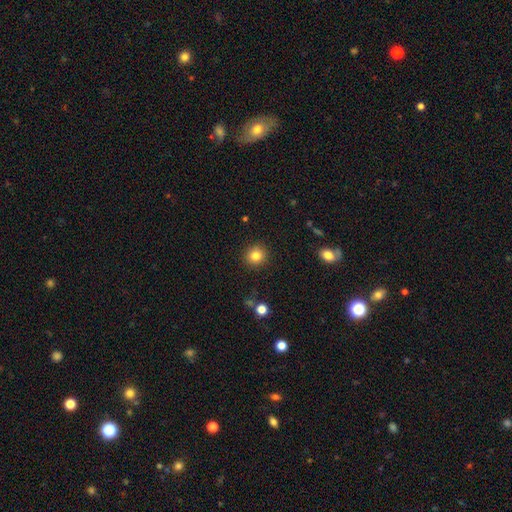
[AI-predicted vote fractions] A smooth galaxy with no disk features (82%) that is round (89%). Merging: none (91%).